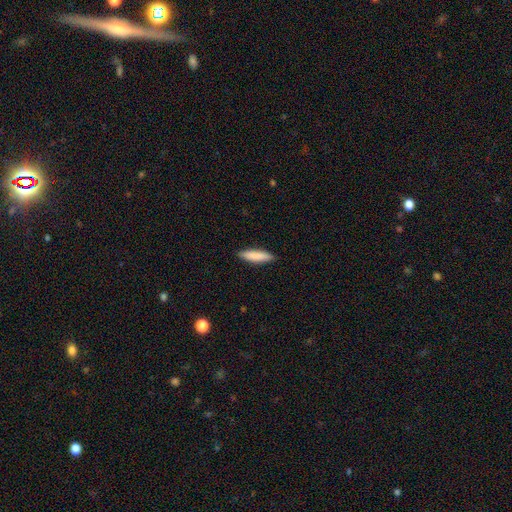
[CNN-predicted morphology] Smooth or featured? smooth (86%)
How rounded? cigar-shaped (76%)
Merging? none (90%)